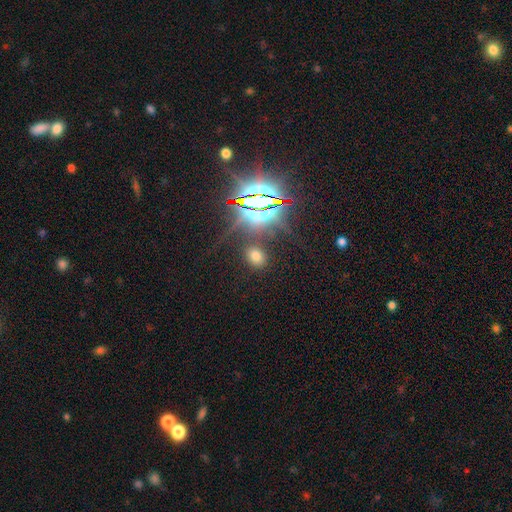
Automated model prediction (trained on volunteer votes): This is possibly a smooth galaxy (49%). Merging: clearly none (83%).